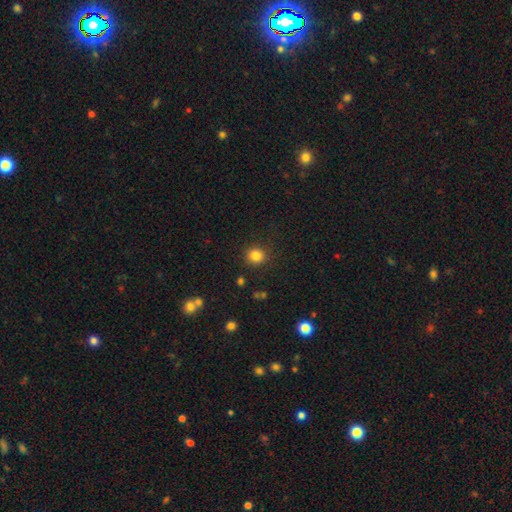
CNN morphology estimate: smooth-or-featured: smooth: 84% | star or artifact: 12% | featured or disk: 5%
  how-rounded: round: 88% | in between: 11% | cigar-shaped: 1%
  merging: none: 89% | minor disturbance: 7% | major disturbance: 3% | merger: 2%